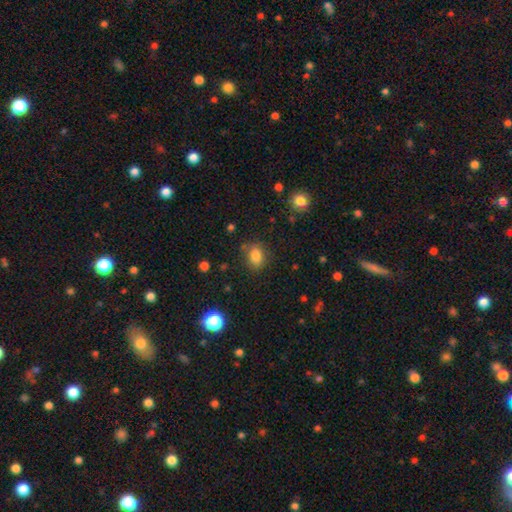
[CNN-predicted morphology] smooth 83%, star or artifact 11%, featured or disk 7%. Down the decision tree: how rounded — in between (70%); merging — none (80%).